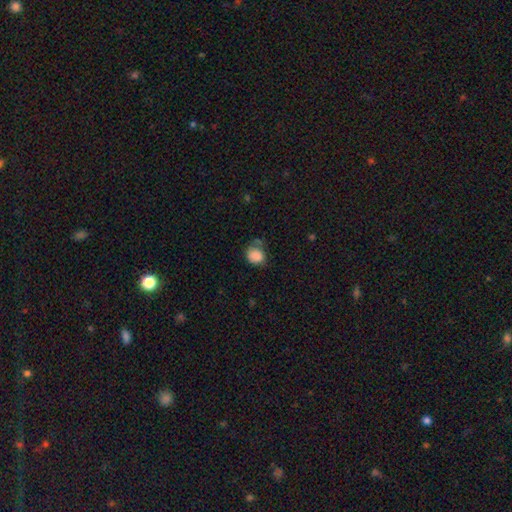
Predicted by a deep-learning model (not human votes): A smooth galaxy with no disk features (85%) that is round (68%). Merging: none (53%).